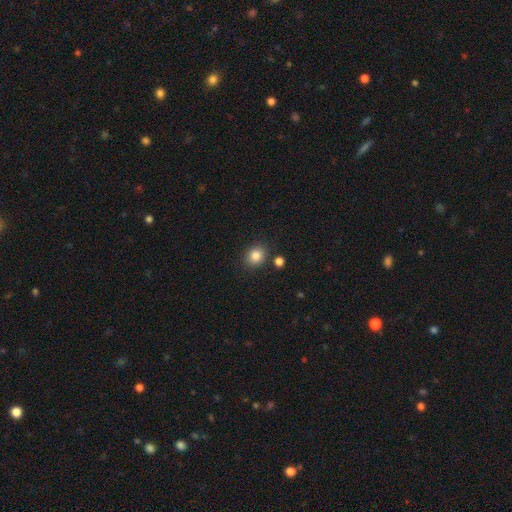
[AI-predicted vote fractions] smooth 84%, star or artifact 10%, featured or disk 5%. Down the decision tree: how rounded — round (66%); merging — none (83%).